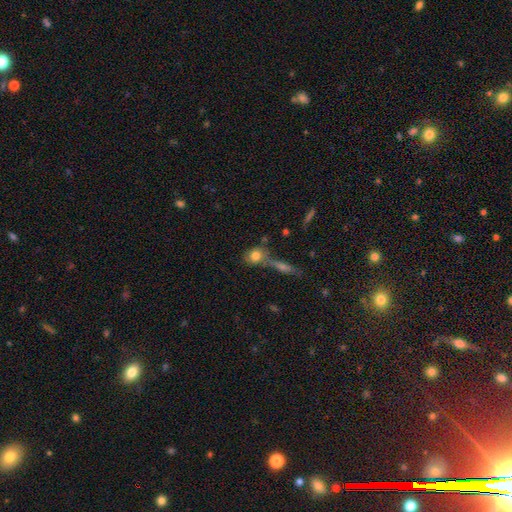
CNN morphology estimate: Overall: smooth (79%). How rounded: round (64%; in between 31%). Merging: none (50%; merger 30%).